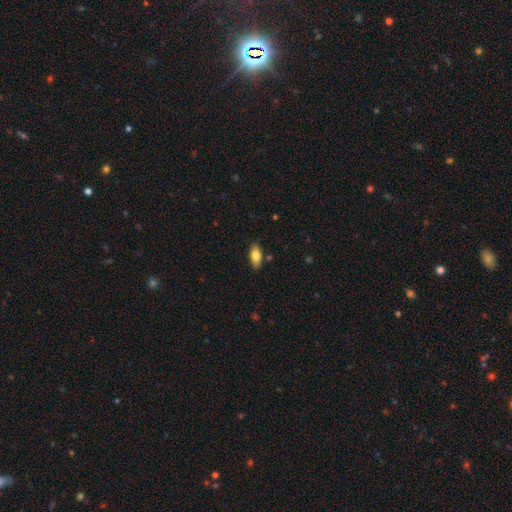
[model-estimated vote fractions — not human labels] smooth_or_featured: smooth (p=0.79) [alt: featured or disk p=0.14]
how_rounded: in between (p=0.85) [alt: cigar-shaped p=0.12]
merging: none (p=0.85) [alt: minor disturbance p=0.11]